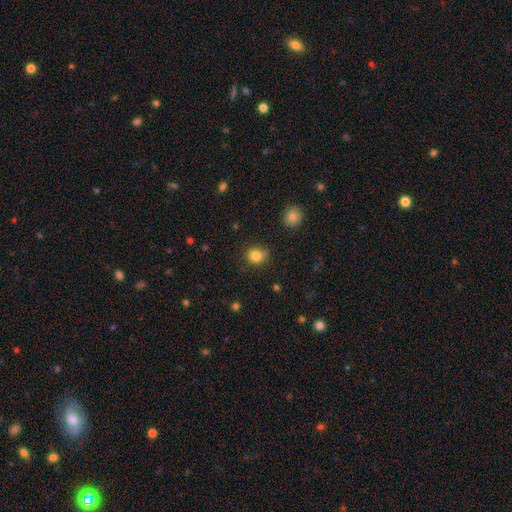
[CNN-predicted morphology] Smooth or featured: smooth — 82% (star or artifact — 12%)
How rounded: round — 81% (in between — 18%)
Merging: none — 75% (minor disturbance — 17%)